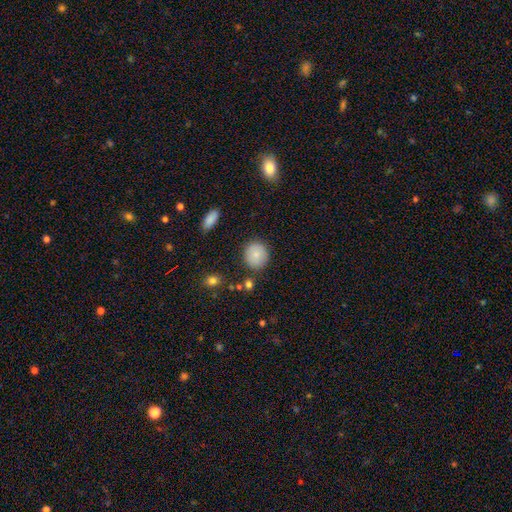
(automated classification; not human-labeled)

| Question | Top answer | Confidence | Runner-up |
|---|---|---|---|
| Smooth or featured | smooth | 85% | star or artifact (9%) |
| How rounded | round | 78% | in between (21%) |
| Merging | none | 85% | minor disturbance (10%) |